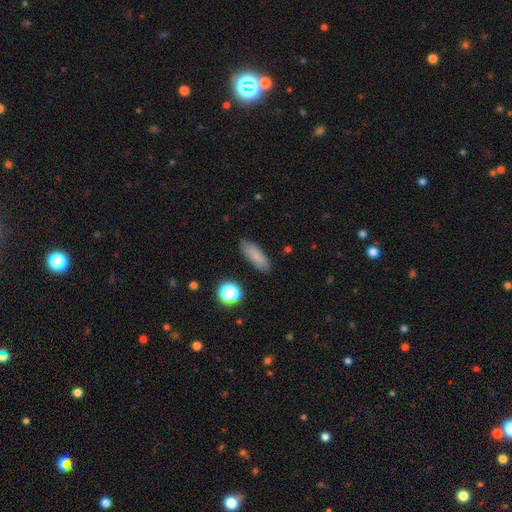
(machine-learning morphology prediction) Q: Smooth or featured?
A: smooth (81%); runner-up: star or artifact (10%)
Q: How rounded?
A: in between (56%); runner-up: cigar-shaped (41%)
Q: Merging?
A: none (85%); runner-up: minor disturbance (11%)